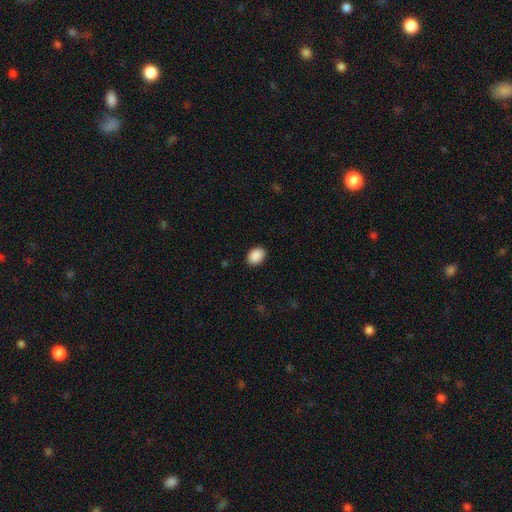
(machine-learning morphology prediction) Smooth or featured? Predicted: smooth (p=0.90). How rounded? Predicted: in between (p=0.73). Merging? Predicted: none (p=0.90).